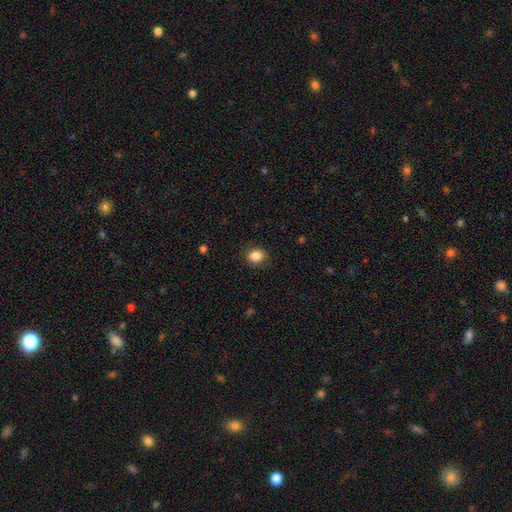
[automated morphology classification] type=smooth (85%); roundness=round (71%); merging=none (87%).